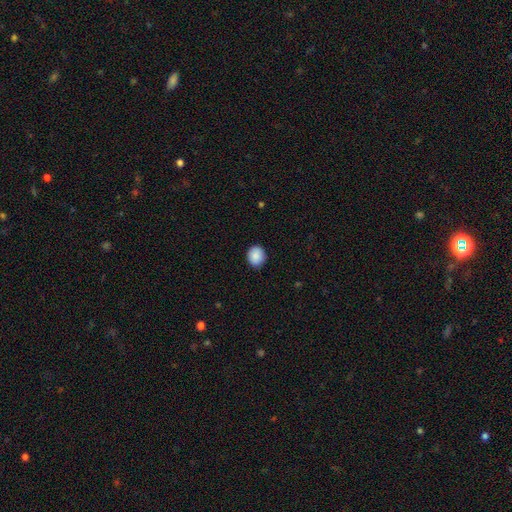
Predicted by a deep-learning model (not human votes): Q: Smooth or featured?
A: smooth (89%); runner-up: star or artifact (8%)
Q: How rounded?
A: round (68%); runner-up: in between (31%)
Q: Merging?
A: none (88%); runner-up: minor disturbance (9%)